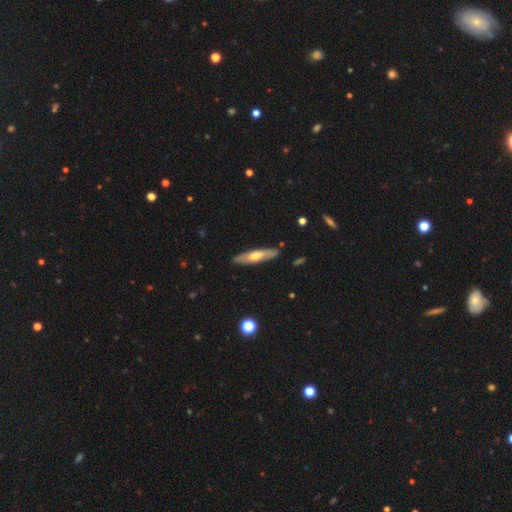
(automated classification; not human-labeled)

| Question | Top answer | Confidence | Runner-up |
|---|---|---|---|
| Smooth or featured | featured or disk | 48% | smooth (47%) |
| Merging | none | 88% | minor disturbance (9%) |